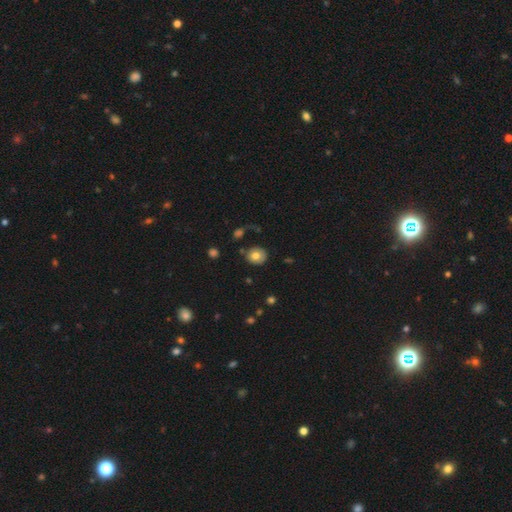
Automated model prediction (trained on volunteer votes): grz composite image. It shows a smooth galaxy with no disk features (76%) that is round (80%). Merging: none (78%).